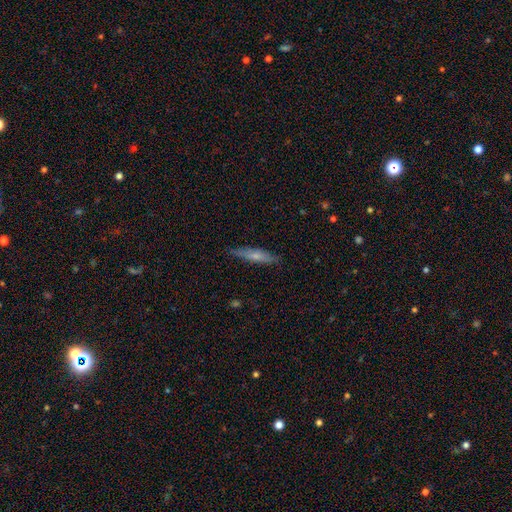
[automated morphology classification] smooth-or-featured: smooth: 57% | featured or disk: 36% | star or artifact: 6%
  how-rounded: cigar-shaped: 81% | in between: 17% | round: 2%
  merging: none: 84% | minor disturbance: 12% | major disturbance: 2% | merger: 1%